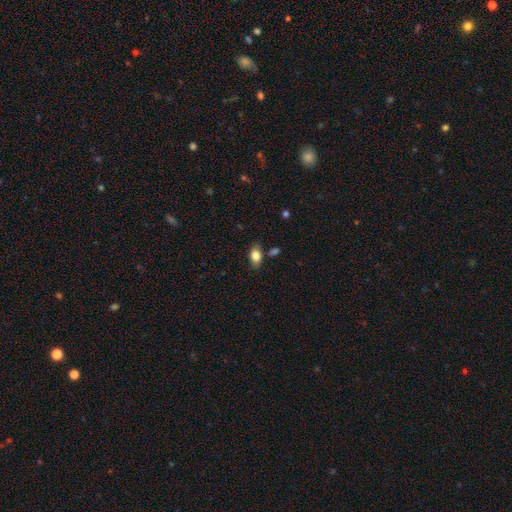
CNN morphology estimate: type=smooth (81%); roundness=in between (87%); merging=none (79%).